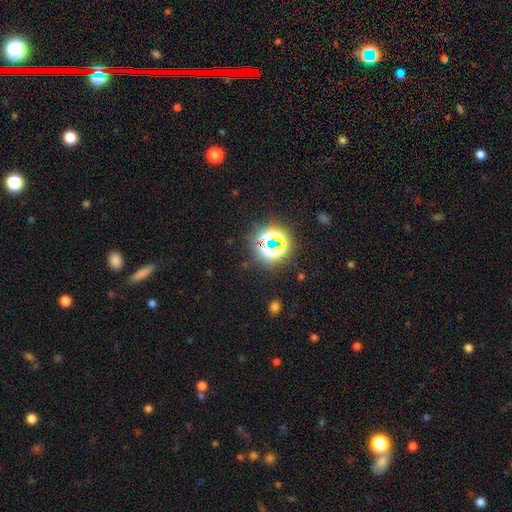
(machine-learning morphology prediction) A star or artifact, not a galaxy (78%).

Vote fractions:
- Smooth or featured? star or artifact: 78% / smooth: 14% / featured or disk: 8%